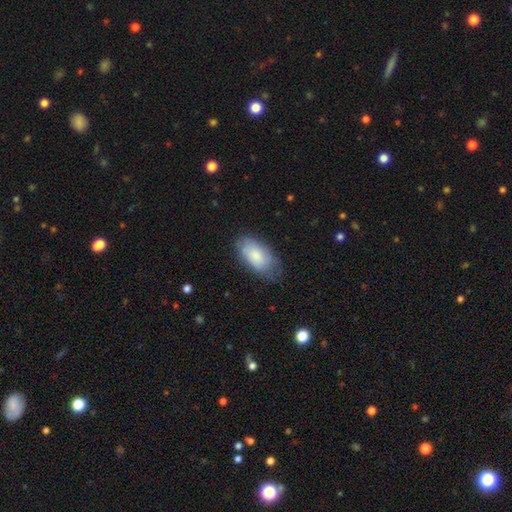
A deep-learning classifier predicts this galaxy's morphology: A smooth galaxy with no disk features (80%) that is in between round and cigar-shaped (94%).

Vote fractions:
- Smooth or featured? smooth: 80% / featured or disk: 14% / star or artifact: 6%
- How rounded? in between: 94% / cigar-shaped: 3% / round: 3%
- Merging? none: 59% / minor disturbance: 31% / major disturbance: 9% / merger: 1%